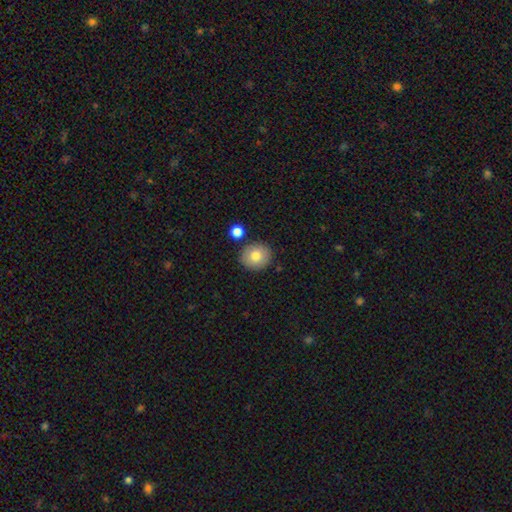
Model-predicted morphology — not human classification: smooth 79%, featured or disk 13%, star or artifact 8%. Down the decision tree: how rounded — round (80%); merging — none (84%).